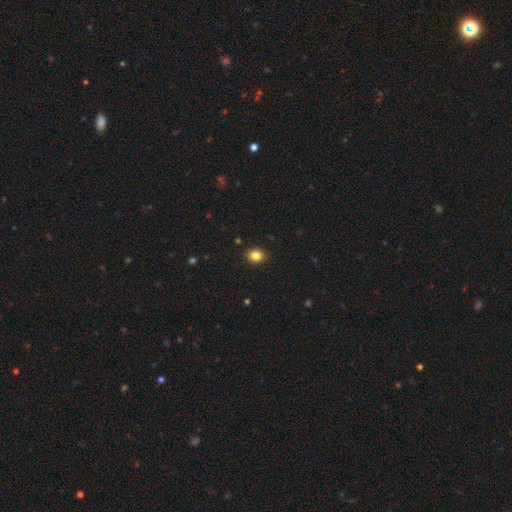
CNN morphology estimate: This appears to be a smooth galaxy with no disk features (84%) that is round (61%). Merging: none (90%).